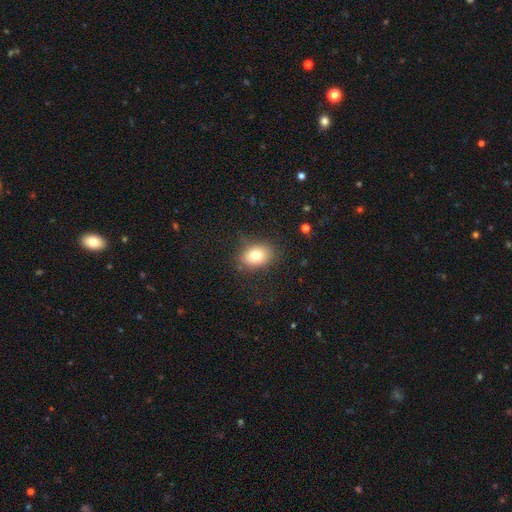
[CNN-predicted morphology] Smooth or featured: smooth — 76% (featured or disk — 14%)
How rounded: in between — 69% (round — 30%)
Merging: none — 80% (minor disturbance — 14%)